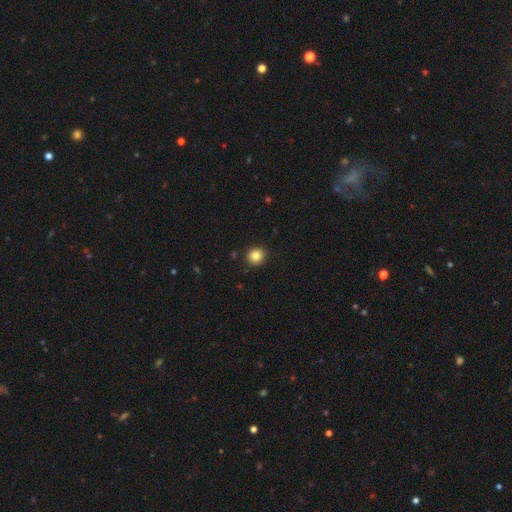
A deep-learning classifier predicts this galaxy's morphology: A smooth galaxy with no disk features (84%) that is round (90%). Merging: none (91%).